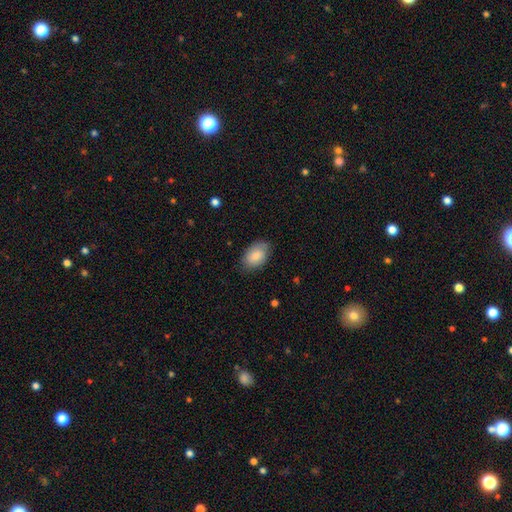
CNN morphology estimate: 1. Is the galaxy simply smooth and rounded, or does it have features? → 85% smooth, 9% featured or disk, 6% star or artifact.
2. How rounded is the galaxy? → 90% in between, 9% round, 1% cigar-shaped.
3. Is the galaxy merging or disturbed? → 77% none, 19% minor disturbance, 4% major disturbance, 1% merger.